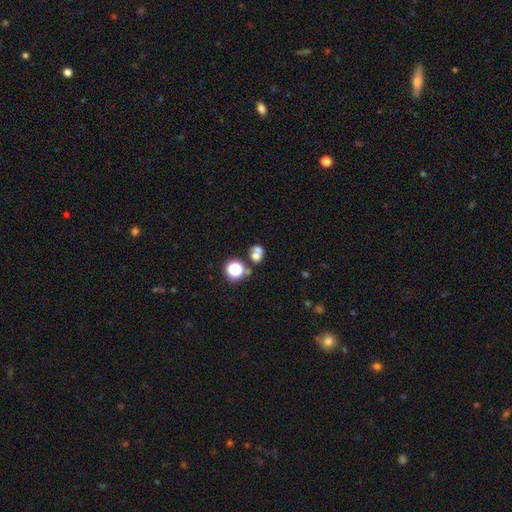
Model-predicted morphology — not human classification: This appears to be a smooth galaxy with no disk features (61%) that is round (69%). Merging: merger (52%).